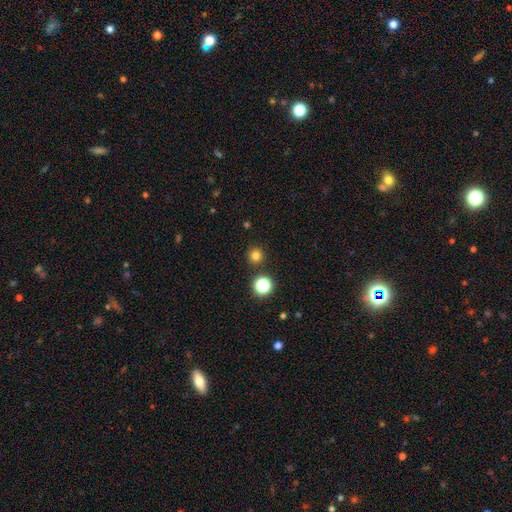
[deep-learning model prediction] Smooth or featured? smooth (79%)
How rounded? round (95%)
Merging? none (90%)